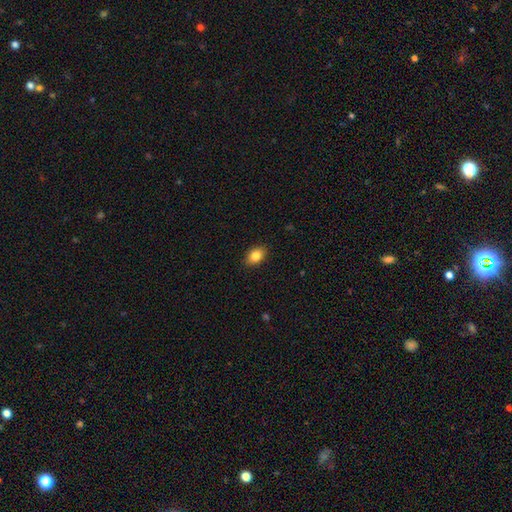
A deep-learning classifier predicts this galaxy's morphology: Smooth or featured?
  - smooth: 86% *
  - star or artifact: 8%
  - featured or disk: 6%
How rounded?
  - in between: 81% *
  - round: 18%
  - cigar-shaped: 1%
Merging?
  - none: 87% *
  - minor disturbance: 10%
  - major disturbance: 2%
  - merger: 1%